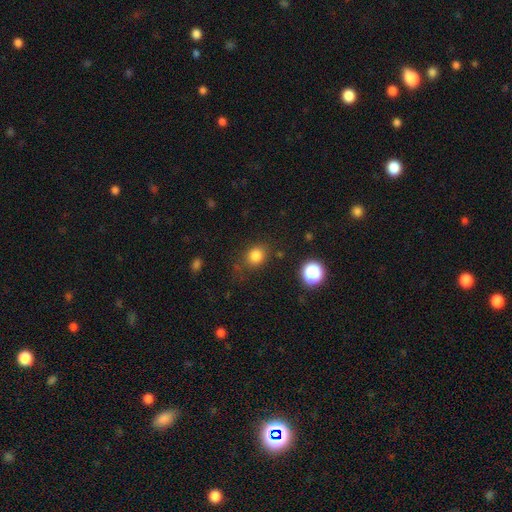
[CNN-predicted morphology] smooth-or-featured: smooth: 81% | star or artifact: 13% | featured or disk: 6%
  how-rounded: round: 69% | in between: 30% | cigar-shaped: 1%
  merging: none: 77% | minor disturbance: 14% | major disturbance: 6% | merger: 3%